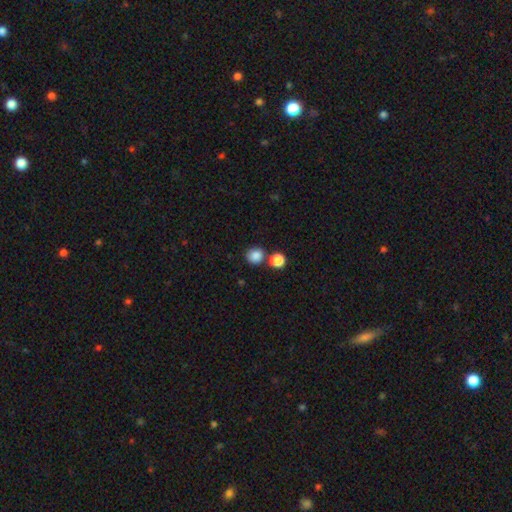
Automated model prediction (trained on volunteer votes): A smooth galaxy with no disk features (85%) that is round (87%). Merging: none (72%).